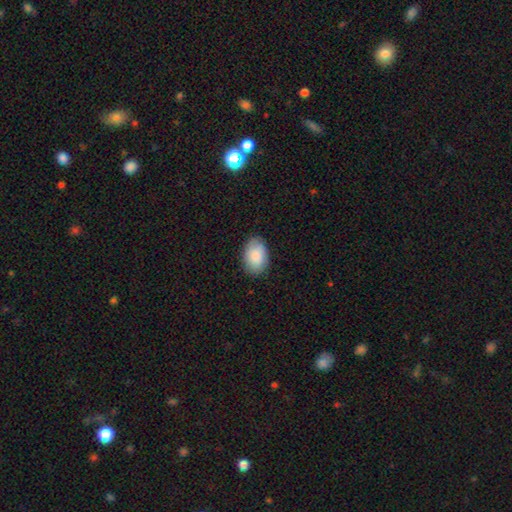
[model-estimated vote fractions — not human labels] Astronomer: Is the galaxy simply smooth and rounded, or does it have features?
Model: smooth — 88%.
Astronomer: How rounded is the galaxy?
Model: in between — 89%.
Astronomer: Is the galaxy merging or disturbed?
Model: none — 84%.